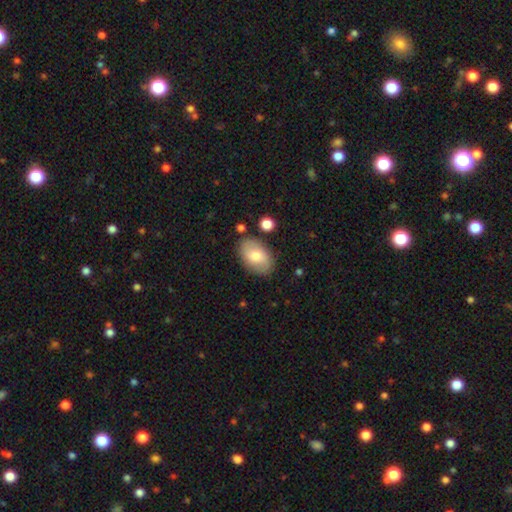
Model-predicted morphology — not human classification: This appears to be a smooth galaxy with no disk features (68%) that is in between round and cigar-shaped (89%). Merging: none (82%).